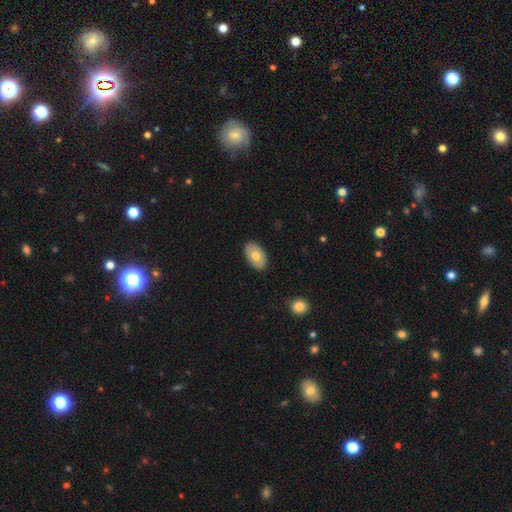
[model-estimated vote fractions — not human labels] Morphology: type=smooth (67%); roundness=in between (93%); merging=none (88%).